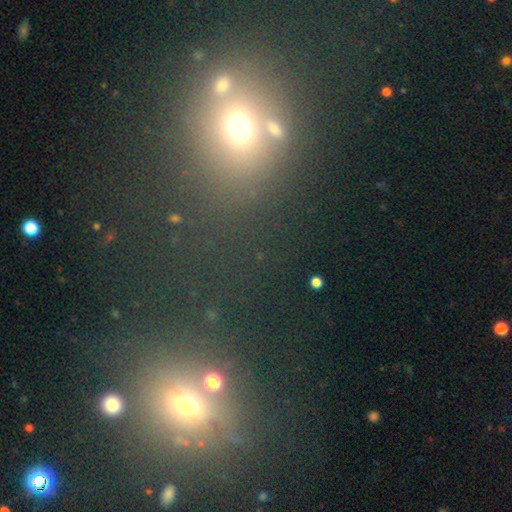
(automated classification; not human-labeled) Overall: smooth (46%; star or artifact 41%). Merging: none (65%).